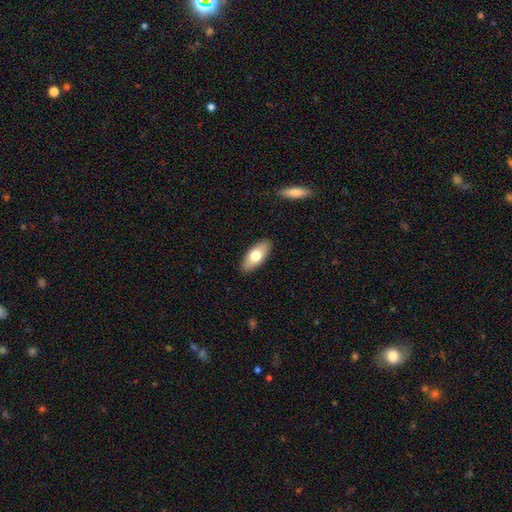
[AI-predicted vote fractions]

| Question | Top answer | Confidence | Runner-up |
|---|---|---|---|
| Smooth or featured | smooth | 72% | featured or disk (22%) |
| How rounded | in between | 86% | cigar-shaped (12%) |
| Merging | none | 89% | minor disturbance (9%) |